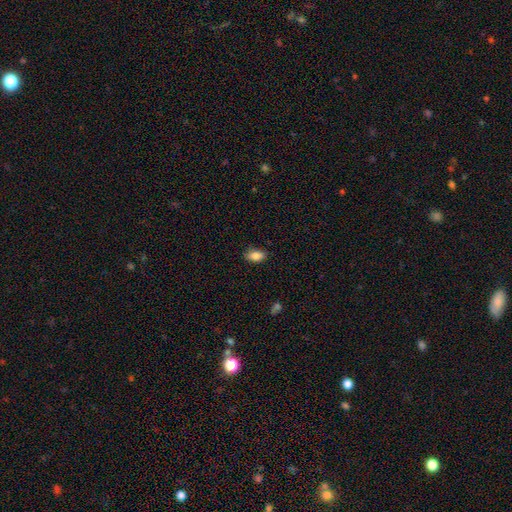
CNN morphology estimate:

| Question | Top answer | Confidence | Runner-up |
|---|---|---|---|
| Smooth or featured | smooth | 85% | star or artifact (8%) |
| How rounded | in between | 88% | round (8%) |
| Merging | none | 83% | minor disturbance (13%) |